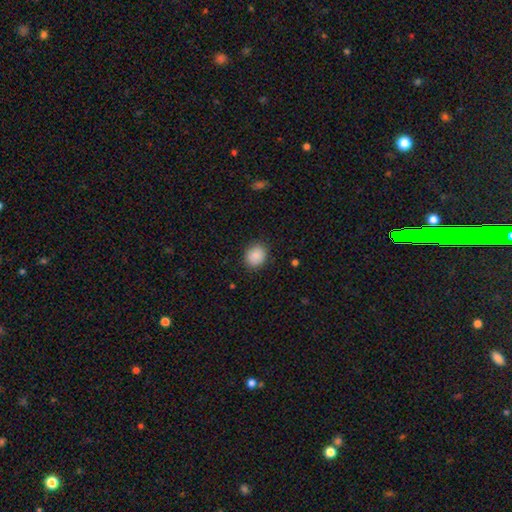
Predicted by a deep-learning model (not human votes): Smooth or featured: smooth — 89% (star or artifact — 8%)
How rounded: round — 65% (in between — 34%)
Merging: none — 88% (minor disturbance — 8%)